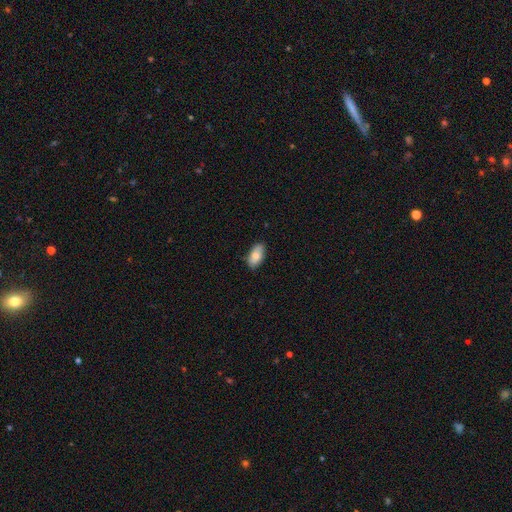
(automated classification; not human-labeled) Smooth or featured: smooth — 82% (featured or disk — 11%)
How rounded: in between — 92% (cigar-shaped — 5%)
Merging: none — 81% (minor disturbance — 15%)